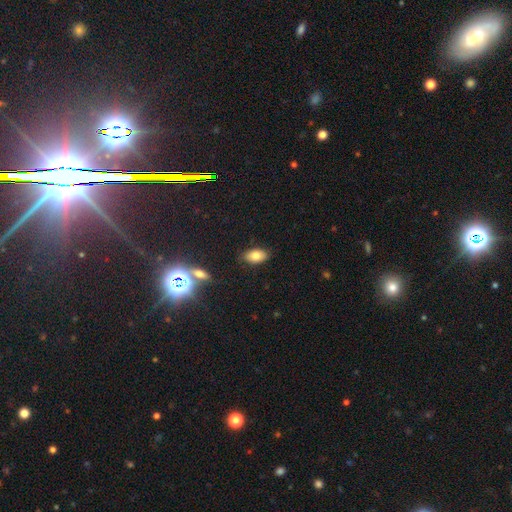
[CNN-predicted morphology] smooth_or_featured: smooth (p=0.78) [alt: featured or disk p=0.12]
how_rounded: in between (p=0.92) [alt: round p=0.06]
merging: none (p=0.85) [alt: minor disturbance p=0.10]